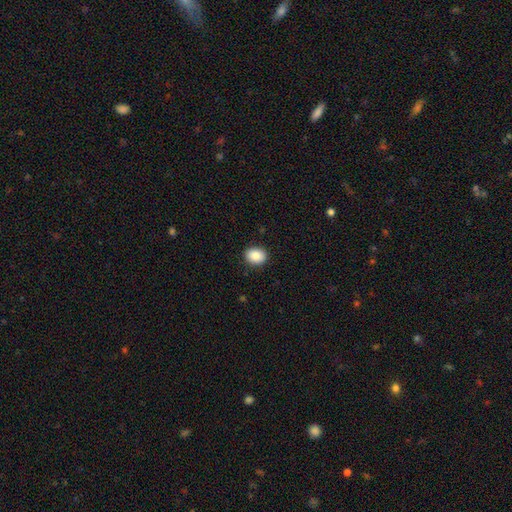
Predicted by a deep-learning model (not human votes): Smooth or featured?
  - smooth: 88% *
  - star or artifact: 8%
  - featured or disk: 4%
How rounded?
  - in between: 58% *
  - round: 41%
  - cigar-shaped: 1%
Merging?
  - none: 90% *
  - minor disturbance: 7%
  - major disturbance: 2%
  - merger: 1%